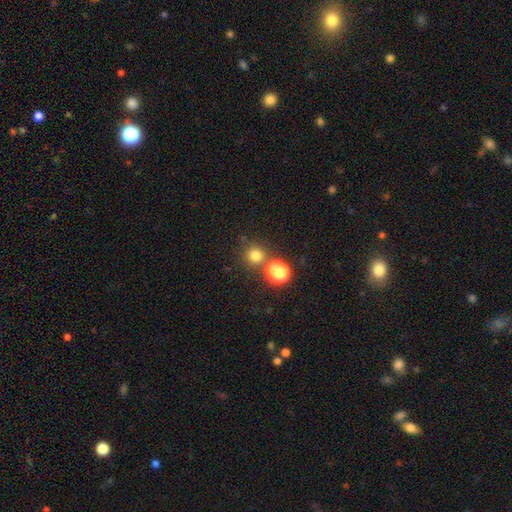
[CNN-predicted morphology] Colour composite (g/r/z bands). It shows a smooth galaxy with no disk features (75%) that is round (90%). Merging: none (71%).